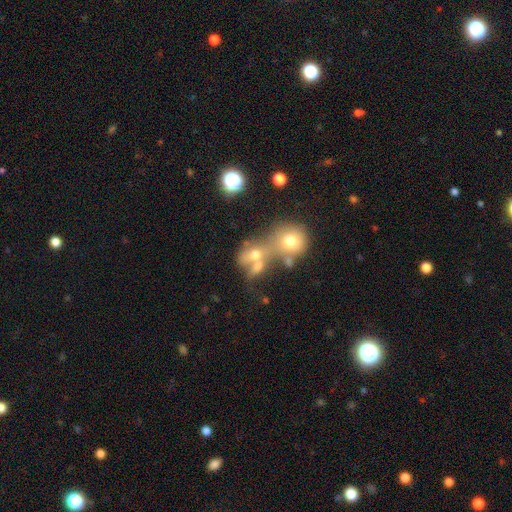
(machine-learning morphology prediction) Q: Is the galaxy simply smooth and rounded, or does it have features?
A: smooth — 52%.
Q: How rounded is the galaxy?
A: round — 55%.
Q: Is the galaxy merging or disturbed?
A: merger — 65%.